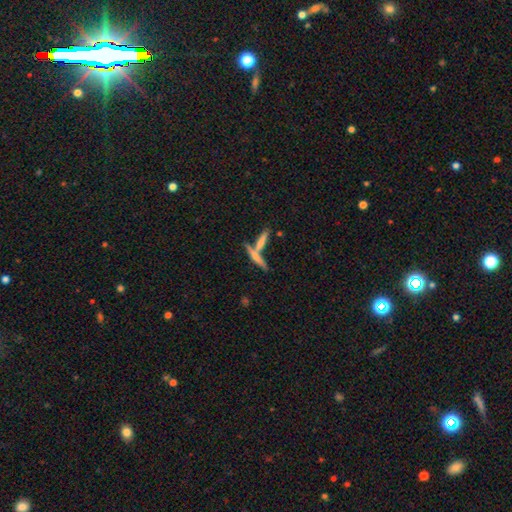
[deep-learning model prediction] smooth 53%, featured or disk 38%, star or artifact 9%. Down the decision tree: how rounded — cigar-shaped (89%); merging — none (52%).